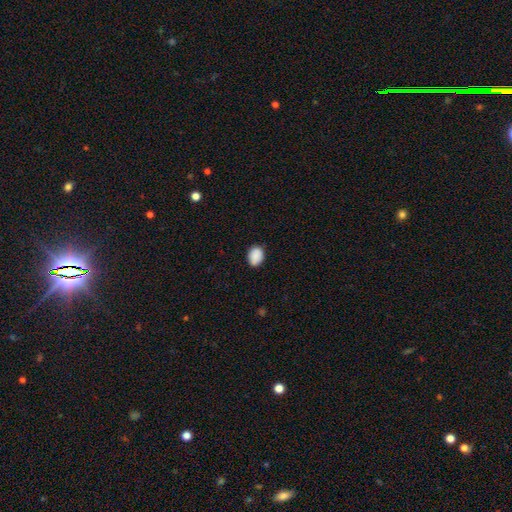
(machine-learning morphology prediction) smooth 90%, star or artifact 7%, featured or disk 3%. Down the decision tree: how rounded — in between (66%); merging — none (84%).